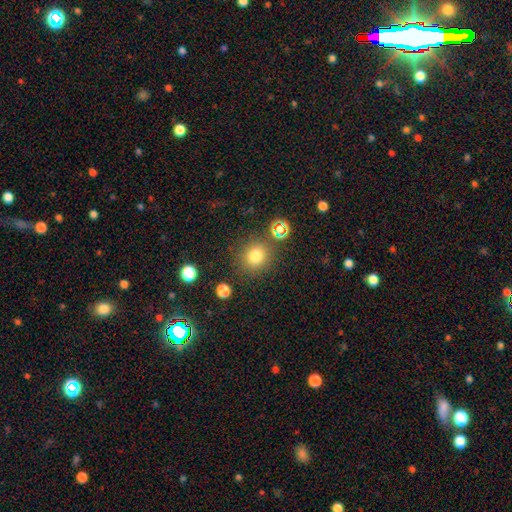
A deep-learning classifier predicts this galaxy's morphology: A smooth galaxy with no disk features (77%) that is round (85%). Merging: none (83%).